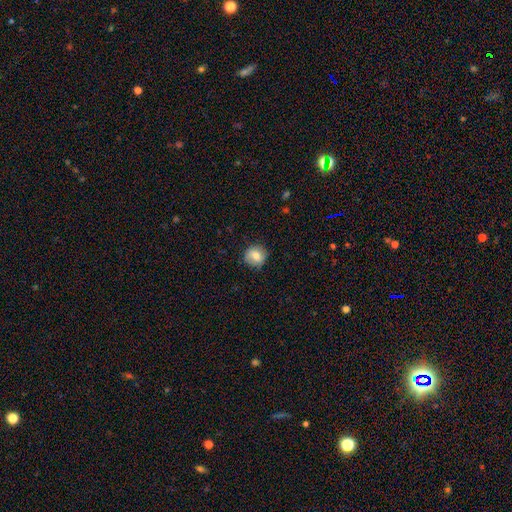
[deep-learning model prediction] A smooth galaxy with no disk features (73%) that is round (87%). Merging: none (84%).